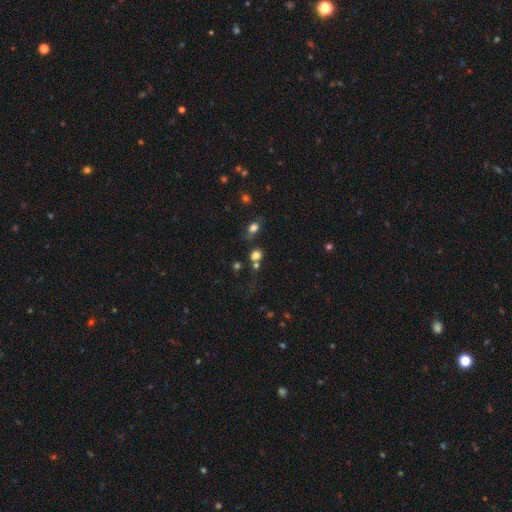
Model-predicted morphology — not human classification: This is likely a smooth galaxy (72%). How rounded: likely round (68%). Merging: possibly none (59%).